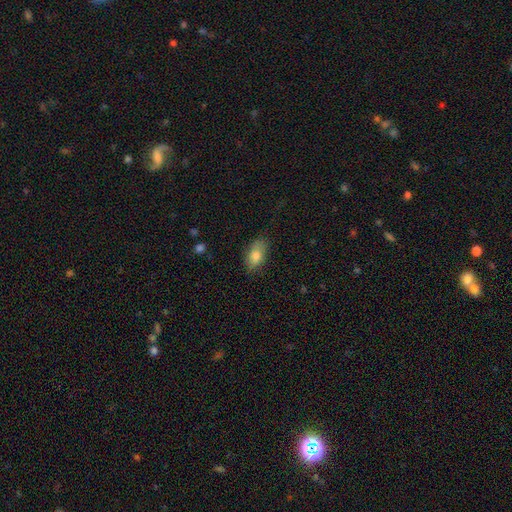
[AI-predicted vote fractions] Smooth or featured: smooth — 80% (featured or disk — 13%)
How rounded: in between — 90% (cigar-shaped — 5%)
Merging: none — 79% (minor disturbance — 16%)